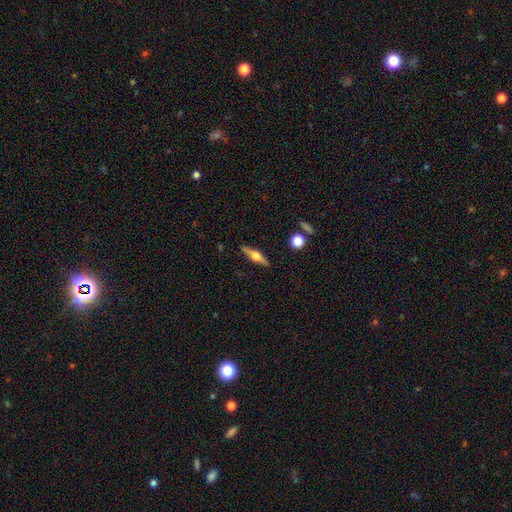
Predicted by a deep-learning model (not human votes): Q: Smooth or featured?
A: featured or disk (62%); runner-up: smooth (32%)
Q: Edge-on disk?
A: yes (96%); runner-up: no (4%)
Q: Edge-on bulge?
A: rounded (93%); runner-up: boxy (5%)
Q: Merging?
A: none (88%); runner-up: minor disturbance (8%)